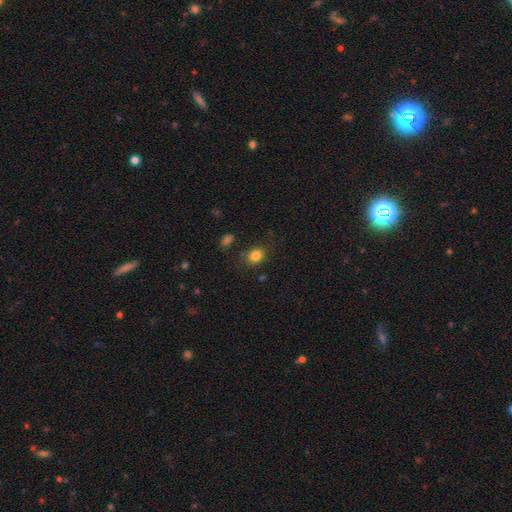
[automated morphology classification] smooth-or-featured: smooth: 82% | star or artifact: 12% | featured or disk: 6%
  how-rounded: round: 54% | in between: 45% | cigar-shaped: 1%
  merging: none: 78% | minor disturbance: 14% | major disturbance: 4% | merger: 3%